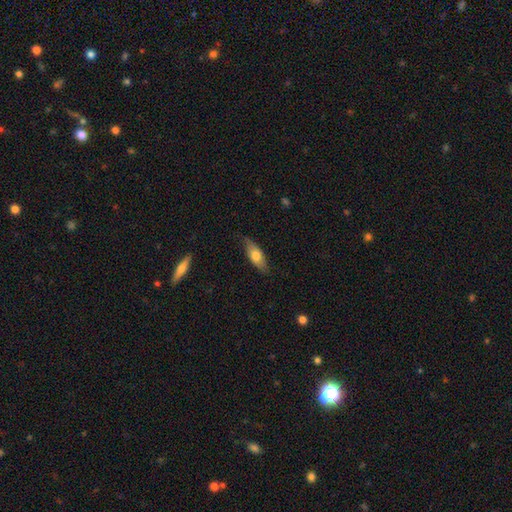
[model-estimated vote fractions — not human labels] Smooth or featured? smooth (66%)
How rounded? in between (69%)
Merging? none (75%)